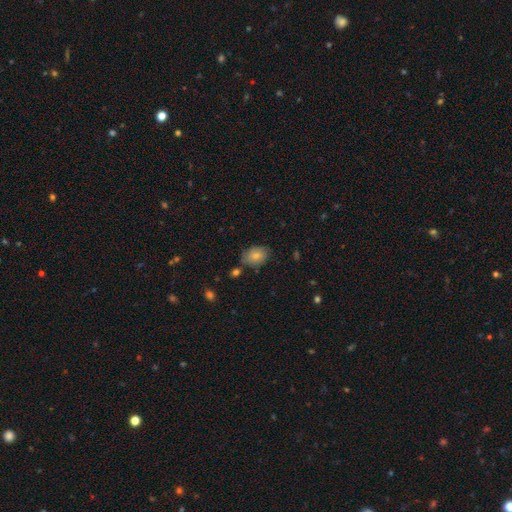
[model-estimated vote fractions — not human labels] Q: Smooth or featured?
A: smooth (78%); runner-up: featured or disk (14%)
Q: How rounded?
A: in between (70%); runner-up: round (28%)
Q: Merging?
A: none (71%); runner-up: minor disturbance (20%)